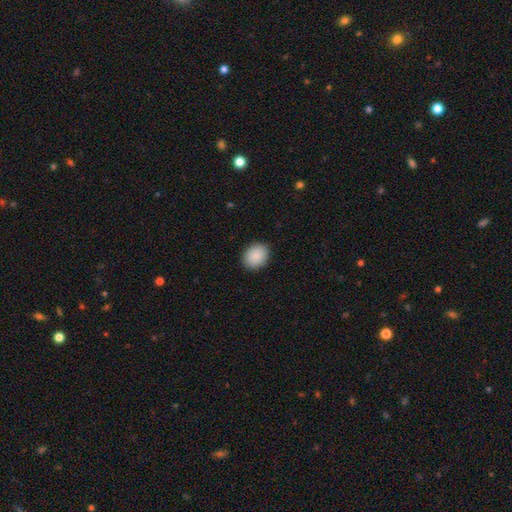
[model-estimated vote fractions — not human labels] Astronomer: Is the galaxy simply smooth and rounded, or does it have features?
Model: smooth — 89%.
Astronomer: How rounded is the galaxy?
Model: round — 54% (runner-up: in between, 45%).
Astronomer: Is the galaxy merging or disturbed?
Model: none — 90%.